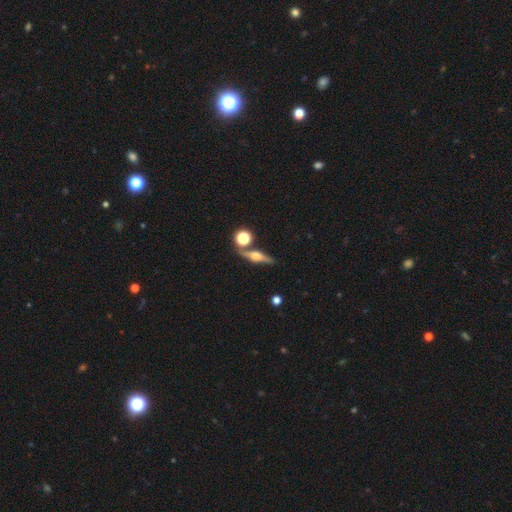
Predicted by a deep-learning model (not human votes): Morphology: type=featured or disk (72%); edge-on=yes (95%); edge-on bulge=rounded (93%); merging=none (79%).